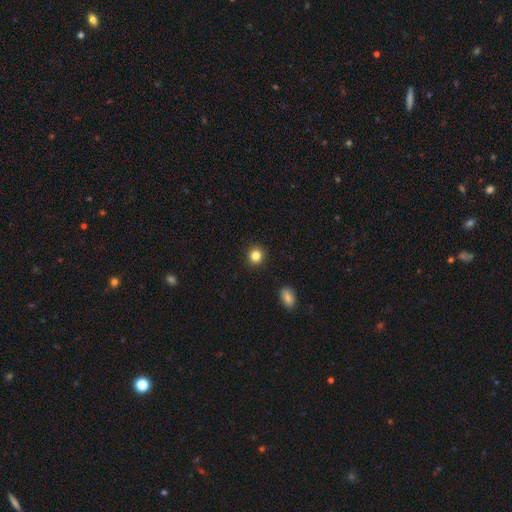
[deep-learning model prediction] Smooth or featured?
  - smooth: 84% *
  - star or artifact: 11%
  - featured or disk: 5%
How rounded?
  - round: 89% *
  - in between: 10%
  - cigar-shaped: 1%
Merging?
  - none: 92% *
  - minor disturbance: 5%
  - major disturbance: 2%
  - merger: 1%